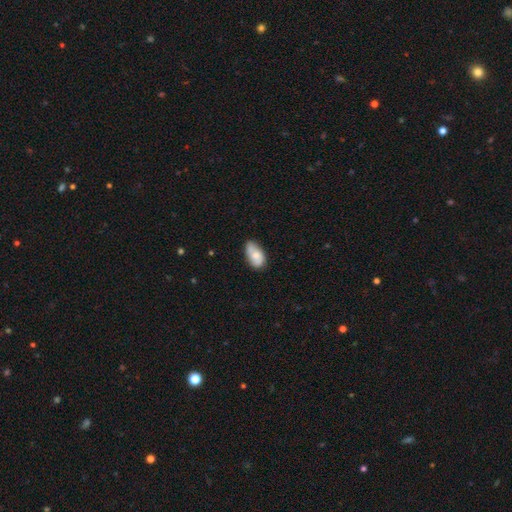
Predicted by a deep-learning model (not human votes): A smooth galaxy with no disk features (70%) that is in between round and cigar-shaped (93%). Merging: none (56%).